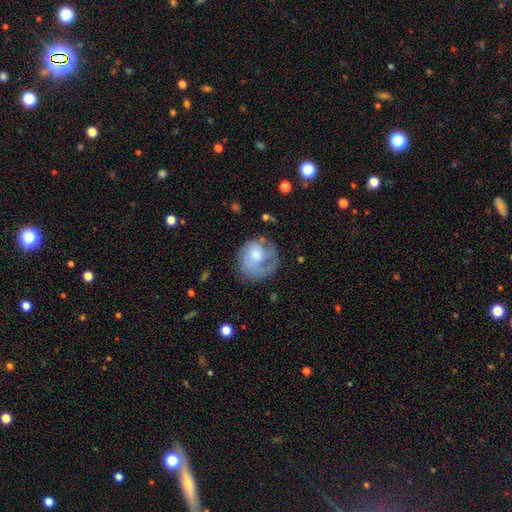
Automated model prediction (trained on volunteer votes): A featured or disk galaxy (56%) with no bar (69%), spiral arms (77%) and a moderate central bulge (46%). Merging: none (55%).